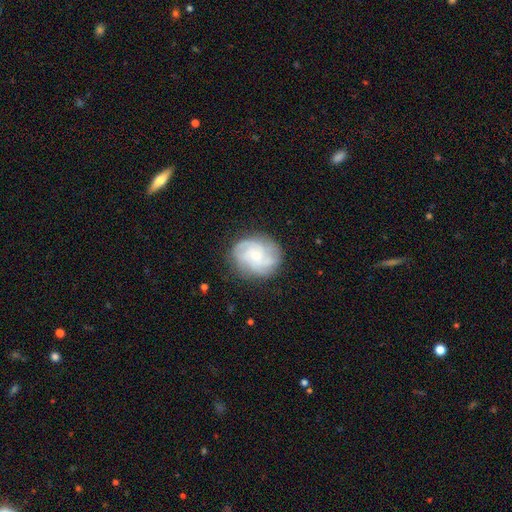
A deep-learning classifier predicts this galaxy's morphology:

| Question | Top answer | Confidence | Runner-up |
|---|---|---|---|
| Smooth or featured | featured or disk | 74% | smooth (19%) |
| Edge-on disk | no | 98% | yes (2%) |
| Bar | no | 74% | weak (23%) |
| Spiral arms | yes | 94% | no (6%) |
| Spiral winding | tight | 50% | medium (38%) |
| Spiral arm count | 3 | 32% | can't tell (26%) |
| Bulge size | small | 63% | moderate (32%) |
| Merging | none | 78% | minor disturbance (15%) |